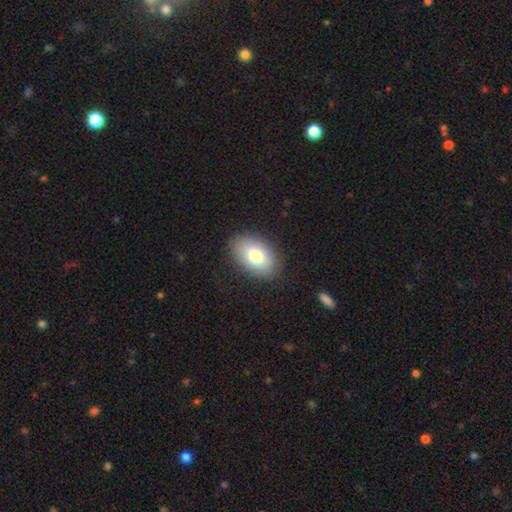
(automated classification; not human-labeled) smooth_or_featured: smooth (p=0.76) [alt: featured or disk p=0.15]
how_rounded: in between (p=0.87) [alt: round p=0.12]
merging: none (p=0.86) [alt: minor disturbance p=0.10]